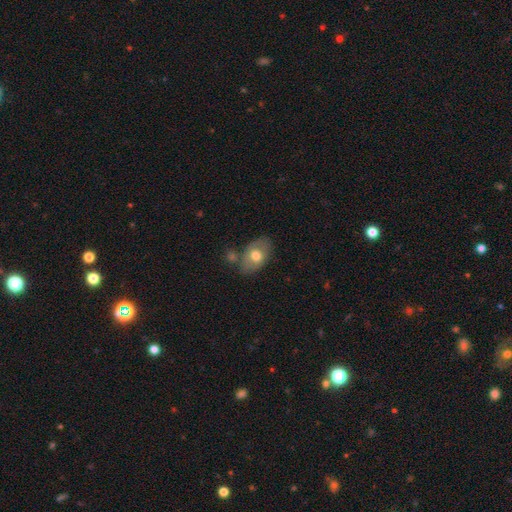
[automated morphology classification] smooth 64%, featured or disk 29%, star or artifact 7%. Down the decision tree: how rounded — in between (85%); merging — none (64%).